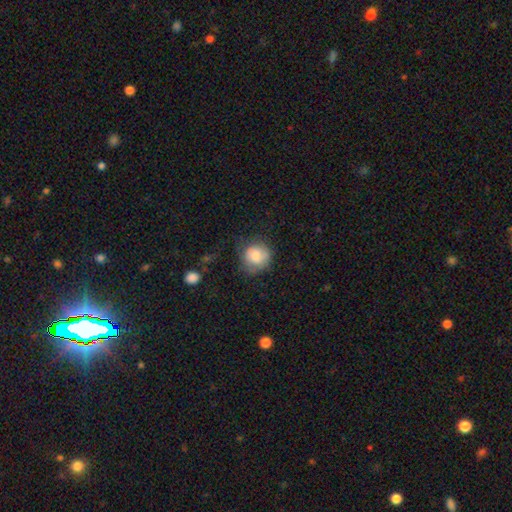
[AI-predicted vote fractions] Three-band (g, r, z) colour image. It shows a smooth galaxy with no disk features (74%) that is round (86%). Merging: none (57%).